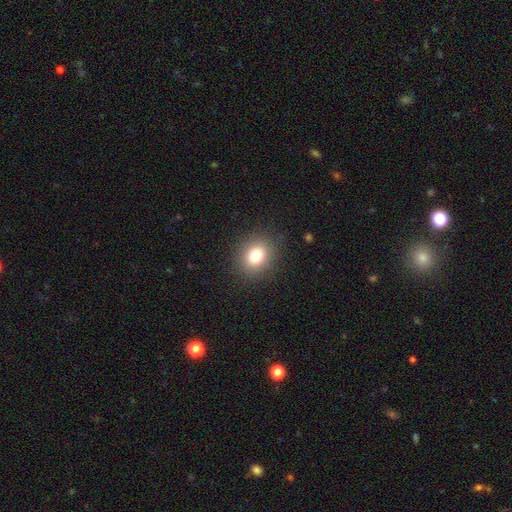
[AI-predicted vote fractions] This is likely a smooth galaxy (78%). How rounded: likely round (64%). Merging: clearly none (88%).